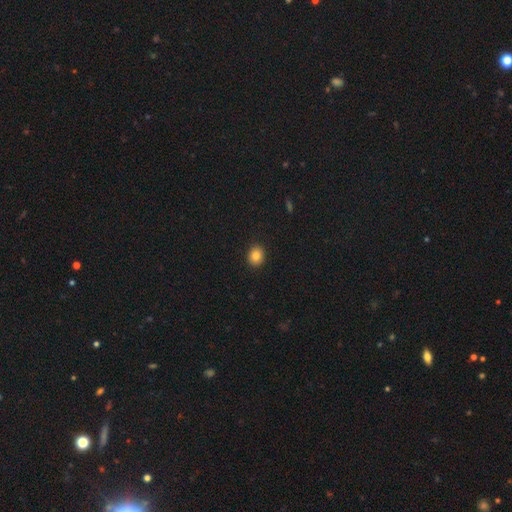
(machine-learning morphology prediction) Smooth or featured? smooth (84%)
How rounded? round (66%)
Merging? none (91%)